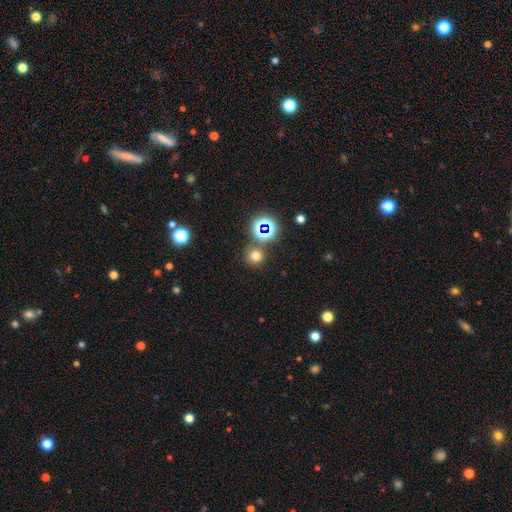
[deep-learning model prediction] smooth 68%, star or artifact 25%, featured or disk 7%. Down the decision tree: how rounded — round (90%); merging — none (78%).